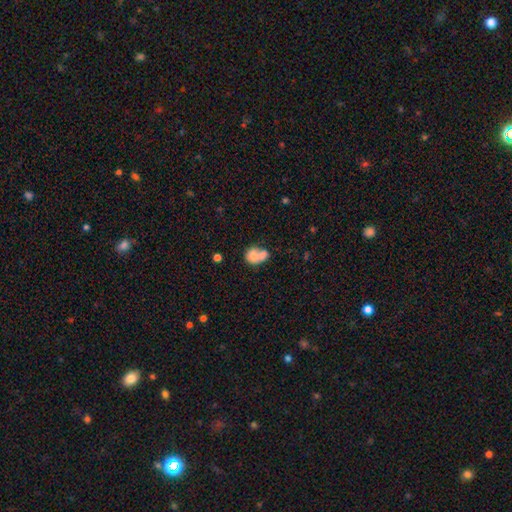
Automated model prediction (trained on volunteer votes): smooth_or_featured: smooth (p=0.71) [alt: featured or disk p=0.20]
how_rounded: in between (p=0.58) [alt: round p=0.40]
merging: merger (p=0.57) [alt: none p=0.22]